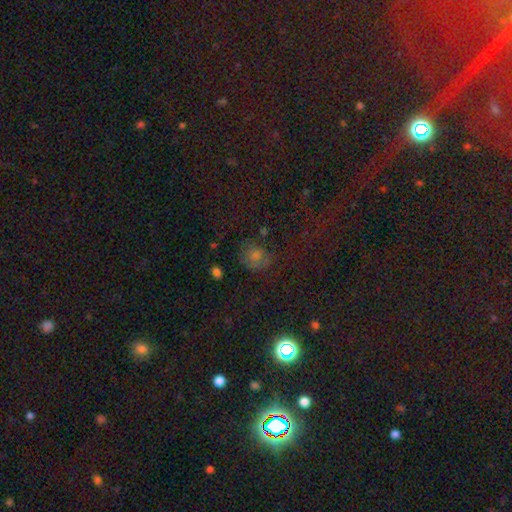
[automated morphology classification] Smooth or featured? Predicted: smooth (p=0.51). How rounded? Predicted: round (p=0.73). Merging? Predicted: none (p=0.68).